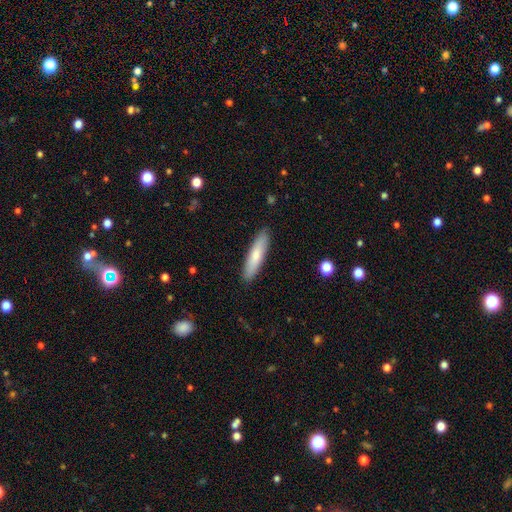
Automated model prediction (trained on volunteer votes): Morphology: type=smooth (74%); roundness=cigar-shaped (78%); merging=none (89%).